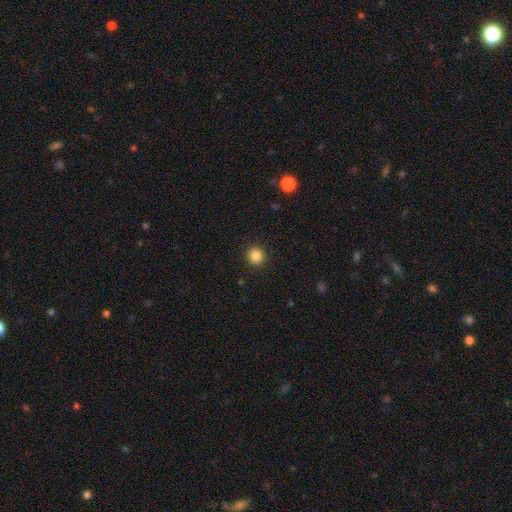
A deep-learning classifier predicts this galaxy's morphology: Smooth or featured? smooth (85%)
How rounded? round (94%)
Merging? none (92%)